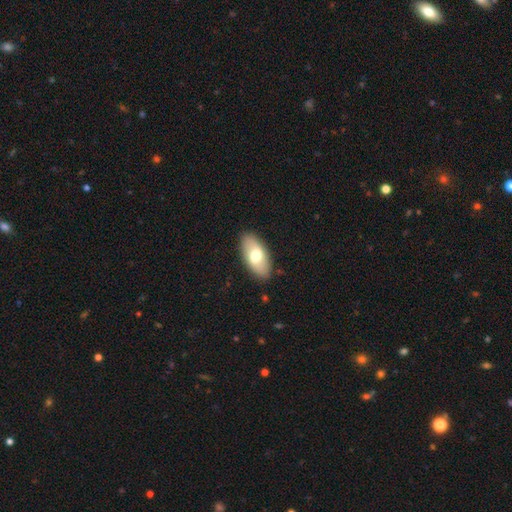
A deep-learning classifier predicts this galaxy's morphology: smooth-or-featured: smooth: 66% | featured or disk: 28% | star or artifact: 6%
  how-rounded: in between: 92% | cigar-shaped: 5% | round: 3%
  merging: none: 87% | minor disturbance: 10% | major disturbance: 2% | merger: 1%